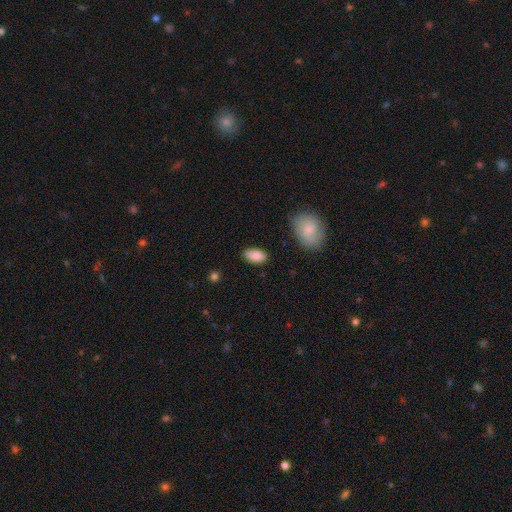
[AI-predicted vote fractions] The model was most divided on "merging": none: 83%, minor disturbance: 12%, major disturbance: 2%, merger: 2%. More confident: how rounded — in between (94%); smooth or featured — smooth (87%).